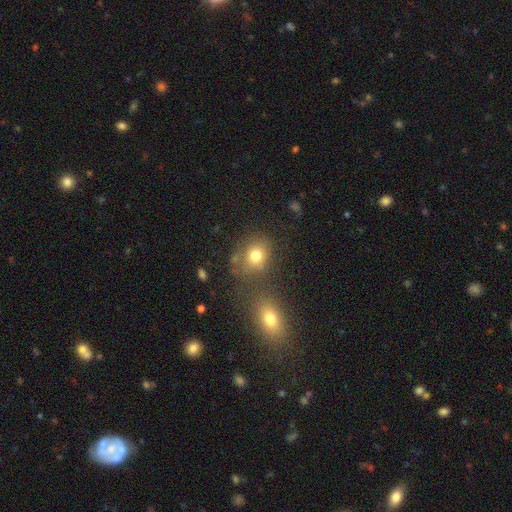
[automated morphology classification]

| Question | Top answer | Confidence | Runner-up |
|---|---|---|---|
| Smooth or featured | smooth | 75% | star or artifact (13%) |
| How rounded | round | 63% | in between (36%) |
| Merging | none | 60% | merger (19%) |